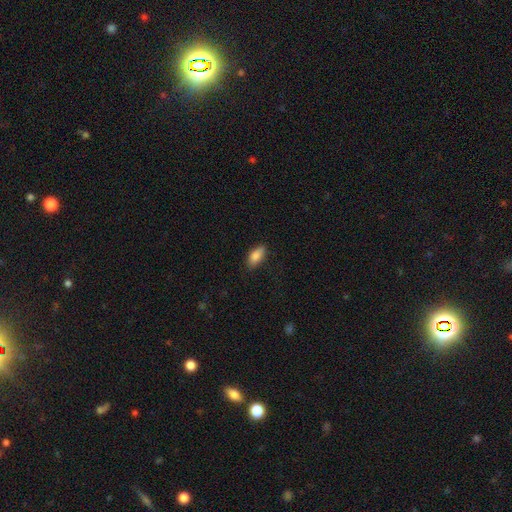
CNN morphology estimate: This is clearly a smooth galaxy (86%). How rounded: clearly in between (88%). Merging: clearly none (84%).